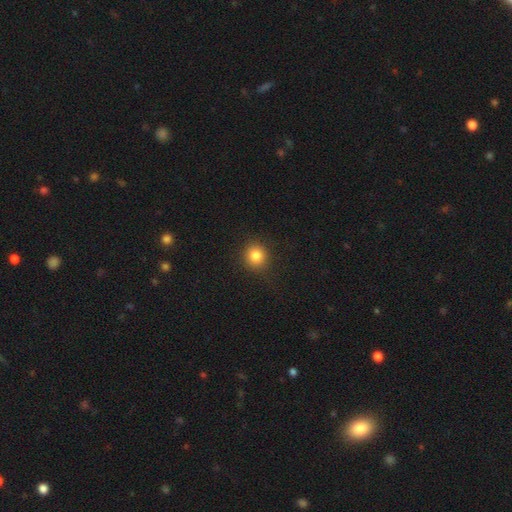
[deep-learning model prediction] Smooth or featured? smooth (83%)
How rounded? round (87%)
Merging? none (89%)